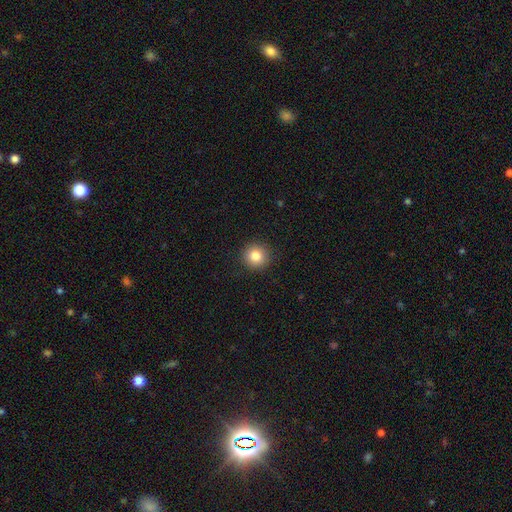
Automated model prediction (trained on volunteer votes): This appears to be a smooth galaxy with no disk features (83%) that is round (93%). Merging: none (92%).